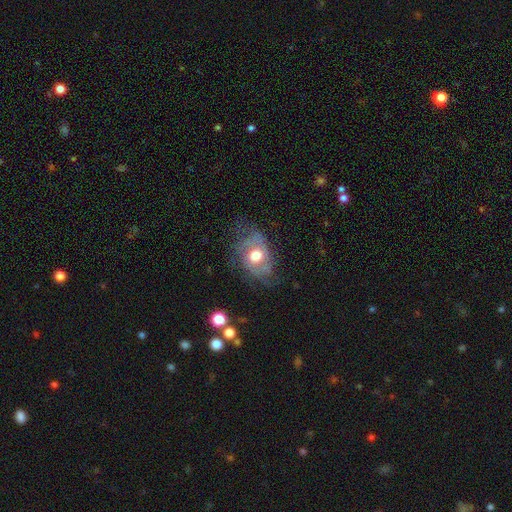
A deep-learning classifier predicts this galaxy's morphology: A featured or disk galaxy (62%) with no bar (77%), spiral arms (69%) and a moderate central bulge (60%).

Vote fractions:
- Smooth or featured? featured or disk: 62% / smooth: 30% / star or artifact: 8%
- Edge-on disk? no: 95% / yes: 5%
- Bar? no: 77% / weak: 19% / strong: 4%
- Spiral arms? yes: 69% / no: 31%
- Bulge size? moderate: 60% / large: 32% / small: 5% / dominant: 2% / none: 1%
- Merging? none: 45% / major disturbance: 27% / minor disturbance: 26% / merger: 2%